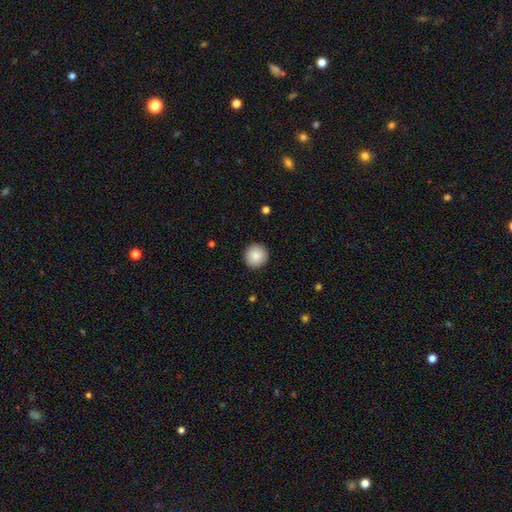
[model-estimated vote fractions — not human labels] Smooth or featured: smooth — 87% (star or artifact — 7%)
How rounded: round — 95% (in between — 4%)
Merging: none — 92% (minor disturbance — 6%)